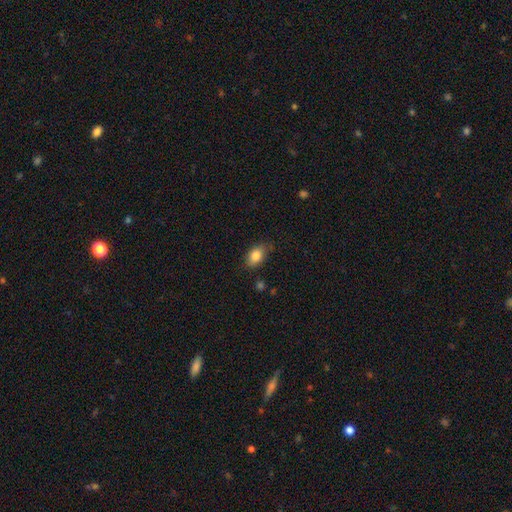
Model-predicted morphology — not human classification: A smooth galaxy with no disk features (84%) that is in between round and cigar-shaped (84%).

Vote fractions:
- Smooth or featured? smooth: 84% / featured or disk: 8% / star or artifact: 8%
- How rounded? in between: 84% / round: 14% / cigar-shaped: 2%
- Merging? none: 76% / minor disturbance: 18% / major disturbance: 4% / merger: 2%